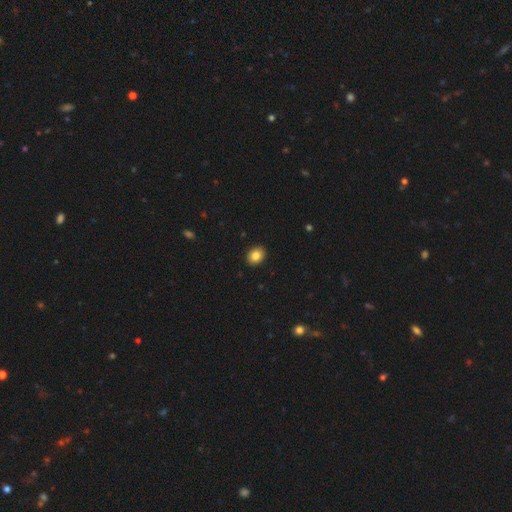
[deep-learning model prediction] Smooth or featured? smooth (84%)
How rounded? in between (55%)
Merging? none (92%)